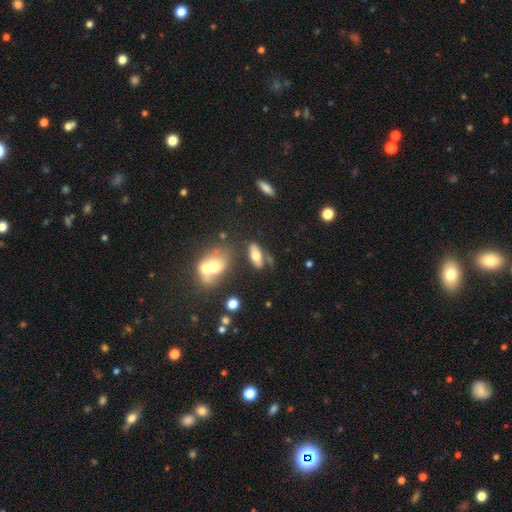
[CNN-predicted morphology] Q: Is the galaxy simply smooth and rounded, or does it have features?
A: smooth — 58%.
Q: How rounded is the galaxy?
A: in between — 77%.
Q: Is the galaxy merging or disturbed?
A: none — 60%.